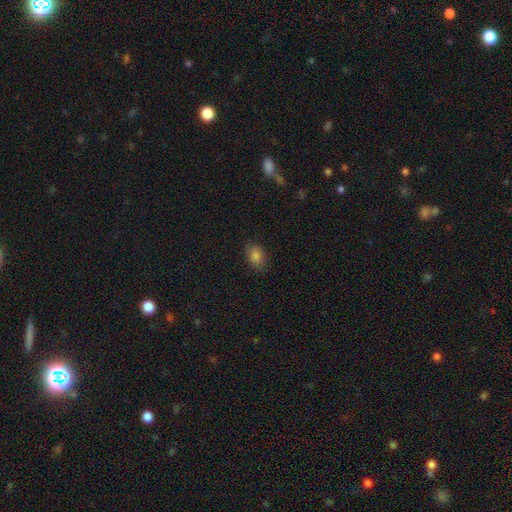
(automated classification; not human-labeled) A smooth galaxy with no disk features (81%) that is in between round and cigar-shaped (81%). Merging: none (82%).